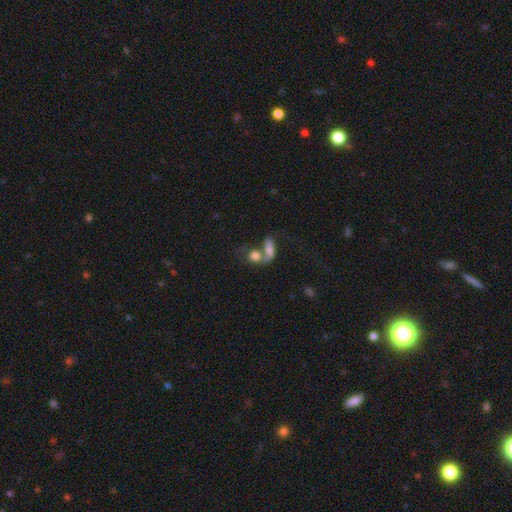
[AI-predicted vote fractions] Smooth or featured? smooth (71%)
How rounded? in between (52%)
Merging? merger (67%)